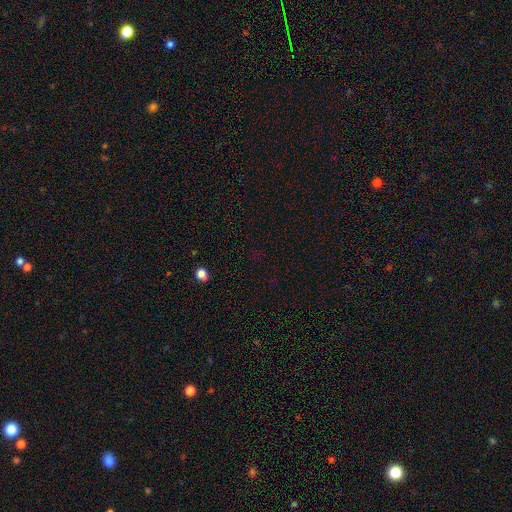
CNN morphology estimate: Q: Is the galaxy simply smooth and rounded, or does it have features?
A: star or artifact — 59%.